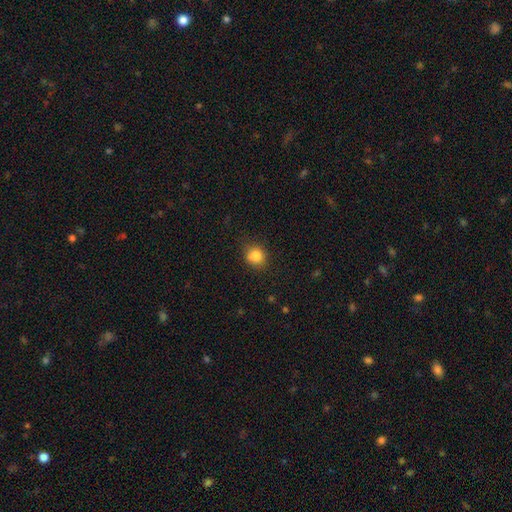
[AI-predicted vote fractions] A smooth galaxy with no disk features (83%) that is round (79%). Merging: none (81%).